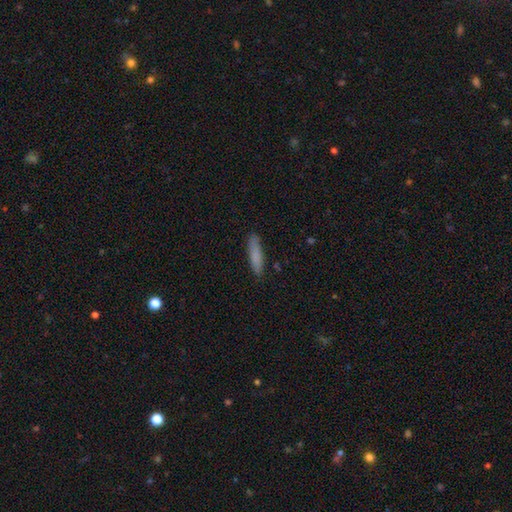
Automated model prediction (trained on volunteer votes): This is clearly a smooth galaxy (80%). How rounded: clearly cigar-shaped (81%). Merging: clearly none (86%).